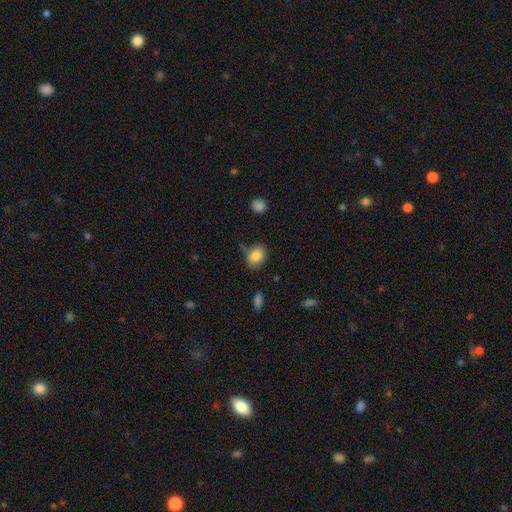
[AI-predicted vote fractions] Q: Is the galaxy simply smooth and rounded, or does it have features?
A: smooth — 85%.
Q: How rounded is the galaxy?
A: in between — 60%.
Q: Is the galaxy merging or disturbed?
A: none — 67%.